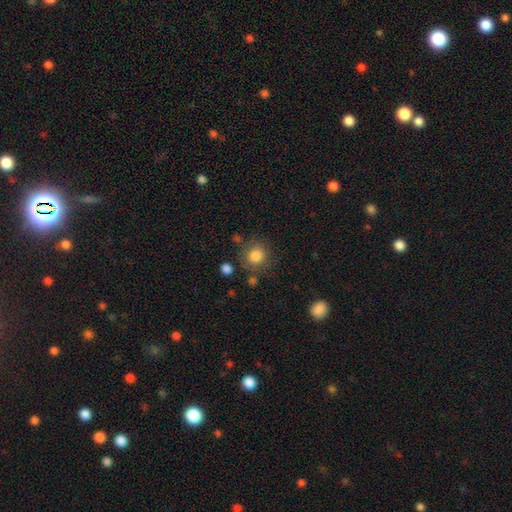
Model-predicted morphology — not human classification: A smooth galaxy with no disk features (84%) that is round (88%).

Vote fractions:
- Smooth or featured? smooth: 84% / star or artifact: 10% / featured or disk: 6%
- How rounded? round: 88% / in between: 12% / cigar-shaped: 1%
- Merging? none: 78% / minor disturbance: 12% / major disturbance: 5% / merger: 5%